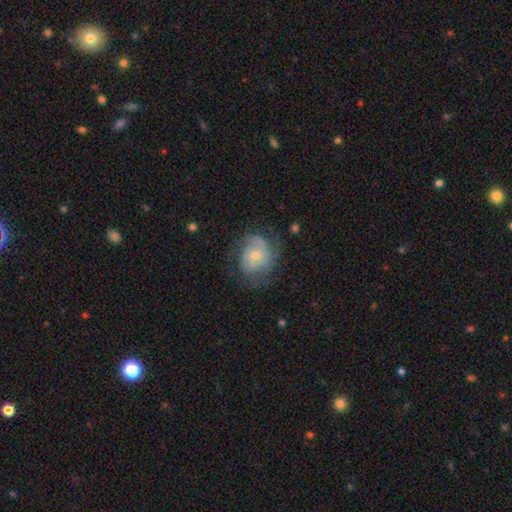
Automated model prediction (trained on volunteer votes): smooth-or-featured: featured or disk: 60% | smooth: 32% | star or artifact: 8%
  disk-edge-on: no: 97% | yes: 3%
    bar: no: 67% | weak: 28% | strong: 4%
    has-spiral-arms: yes: 78% | no: 22%
    bulge-size: small: 52% | moderate: 41% | none: 3% | large: 3% | dominant: 1%
  merging: none: 52% | minor disturbance: 25% | major disturbance: 21% | merger: 2%